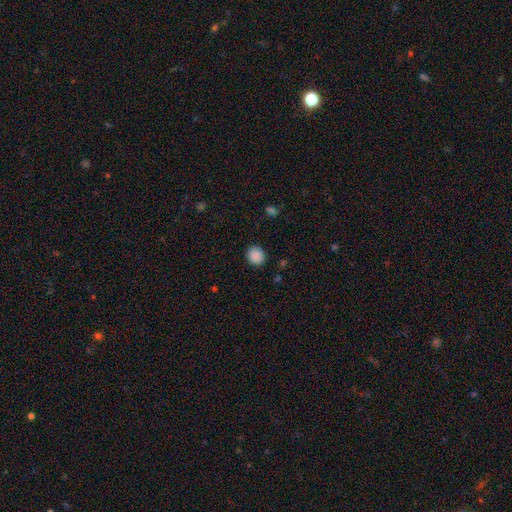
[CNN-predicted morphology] A smooth galaxy with no disk features (88%) that is round (78%).

Vote fractions:
- Smooth or featured? smooth: 88% / star or artifact: 9% / featured or disk: 3%
- How rounded? round: 78% / in between: 21% / cigar-shaped: 1%
- Merging? none: 89% / minor disturbance: 8% / major disturbance: 2% / merger: 1%